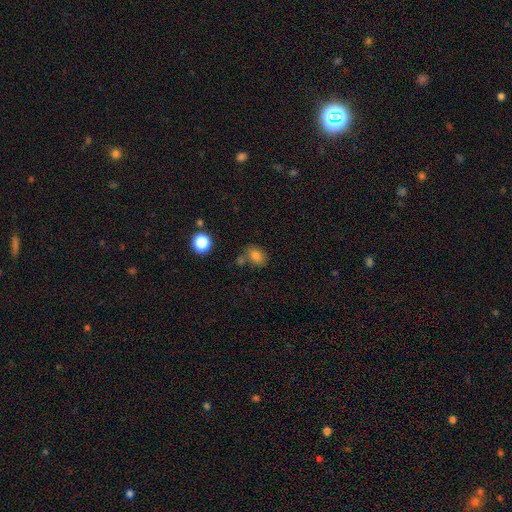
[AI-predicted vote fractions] Smooth or featured? Predicted: smooth (p=0.80). How rounded? Predicted: in between (p=0.72). Merging? Predicted: none (p=0.68).